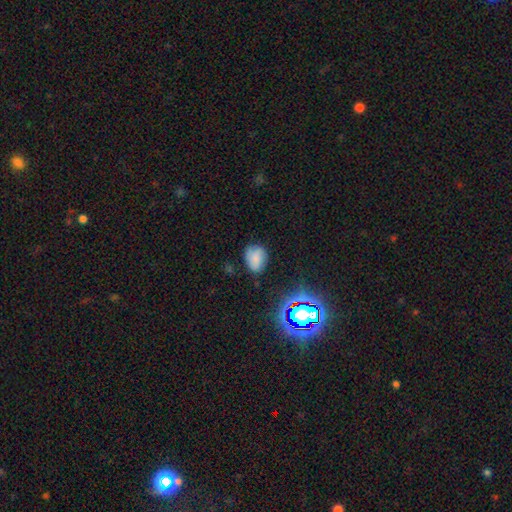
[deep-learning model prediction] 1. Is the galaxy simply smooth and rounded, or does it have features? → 73% smooth, 15% star or artifact, 12% featured or disk.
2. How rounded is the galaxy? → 70% in between, 28% round, 1% cigar-shaped.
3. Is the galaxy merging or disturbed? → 65% none, 26% minor disturbance, 7% major disturbance, 3% merger.